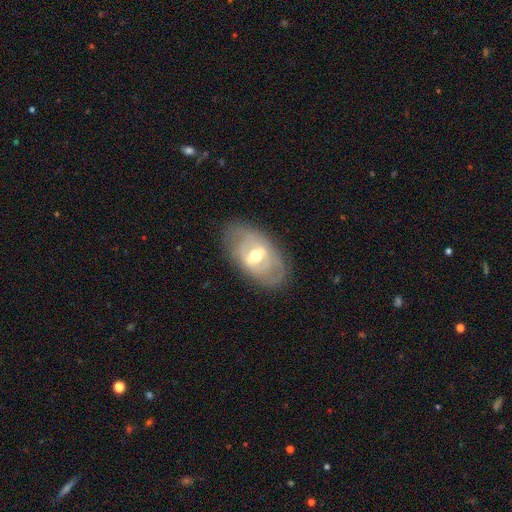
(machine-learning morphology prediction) Q: Smooth or featured?
A: featured or disk (72%); runner-up: smooth (21%)
Q: Edge-on disk?
A: no (89%); runner-up: yes (11%)
Q: Bar?
A: weak (43%); runner-up: strong (42%)
Q: Spiral arms?
A: yes (50%); tied with: no (50%)
Q: Bulge size?
A: moderate (72%); runner-up: small (17%)
Q: Merging?
A: none (78%); runner-up: minor disturbance (15%)